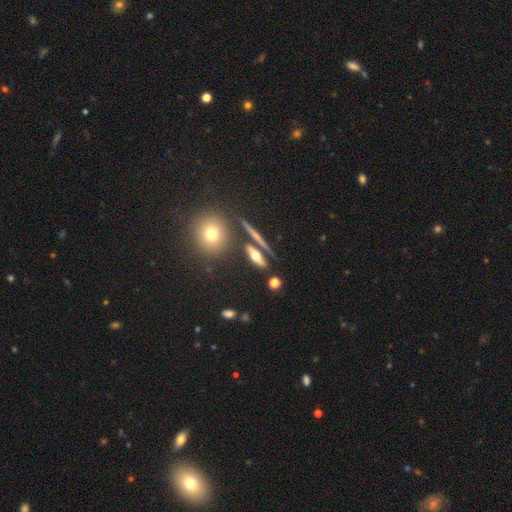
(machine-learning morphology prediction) The model was most divided on "how rounded": cigar-shaped: 42%, in between: 41%, round: 17%. More confident: merging — none (77%); smooth or featured — smooth (51%).